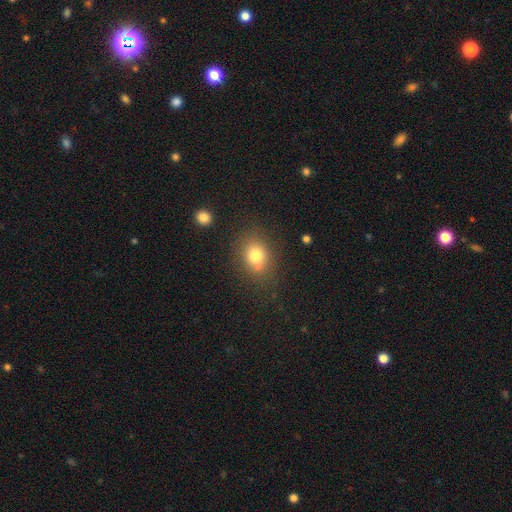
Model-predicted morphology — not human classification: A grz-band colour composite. It shows a smooth galaxy with no disk features (77%) that is in between round and cigar-shaped (49%, tied with round). Merging: none (73%).